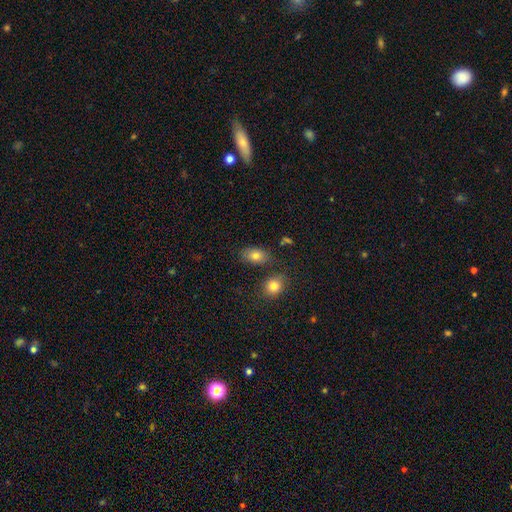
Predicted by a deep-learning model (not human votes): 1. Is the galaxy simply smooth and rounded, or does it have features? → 80% smooth, 10% featured or disk, 10% star or artifact.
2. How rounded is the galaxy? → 85% in between, 13% round, 2% cigar-shaped.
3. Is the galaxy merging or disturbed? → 73% none, 14% minor disturbance, 9% merger, 4% major disturbance.